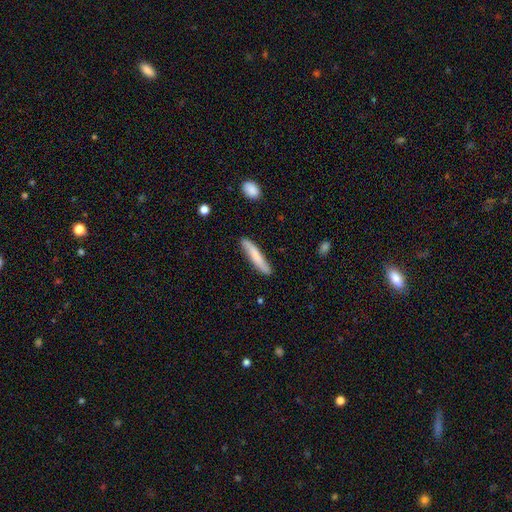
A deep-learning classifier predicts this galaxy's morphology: type=smooth (72%); roundness=cigar-shaped (92%); merging=none (83%).